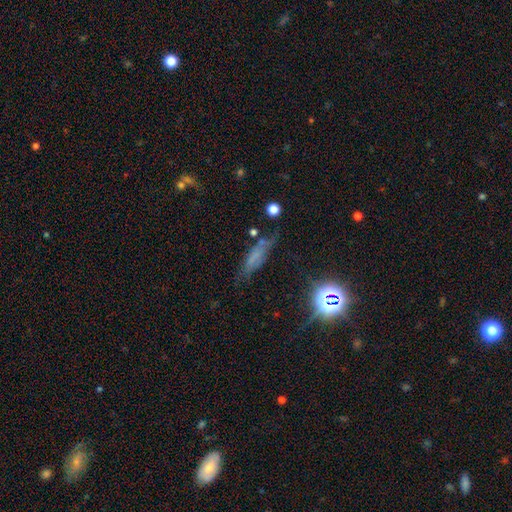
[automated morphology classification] This appears to be a smooth galaxy with no disk features (49%). Merging: none (60%).